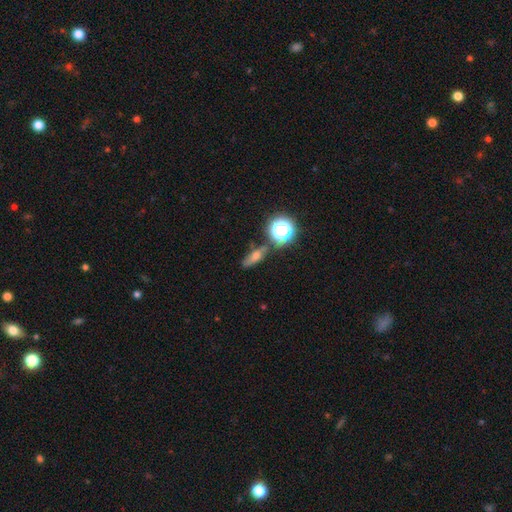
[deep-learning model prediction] This appears to be a smooth galaxy with no disk features (48%). Merging: none (72%).